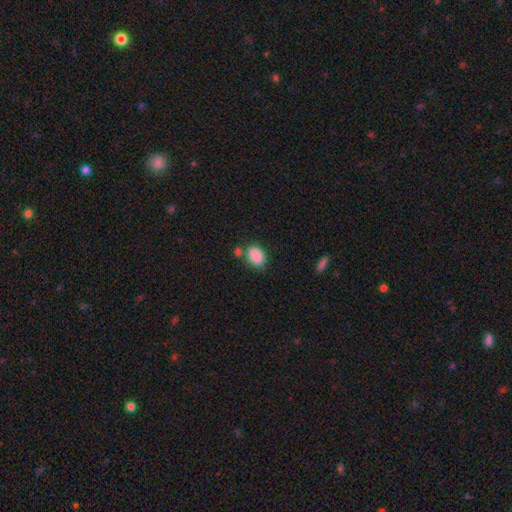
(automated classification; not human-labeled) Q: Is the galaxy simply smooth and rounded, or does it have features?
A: smooth — 88%.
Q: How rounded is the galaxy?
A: in between — 80%.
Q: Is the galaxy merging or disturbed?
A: none — 67%.